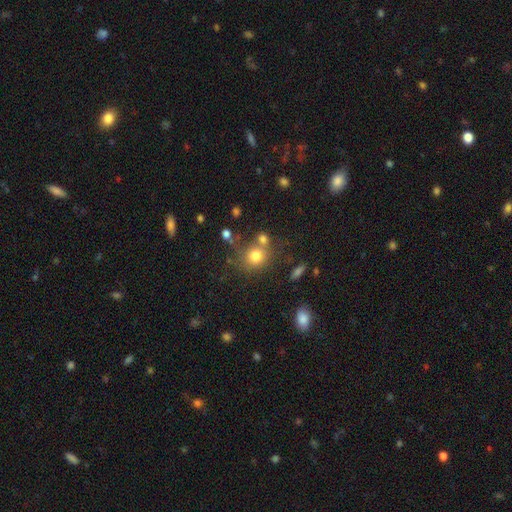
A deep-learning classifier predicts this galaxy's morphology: Smooth or featured: smooth — 78% (star or artifact — 13%)
How rounded: round — 80% (in between — 19%)
Merging: none — 57% (merger — 25%)